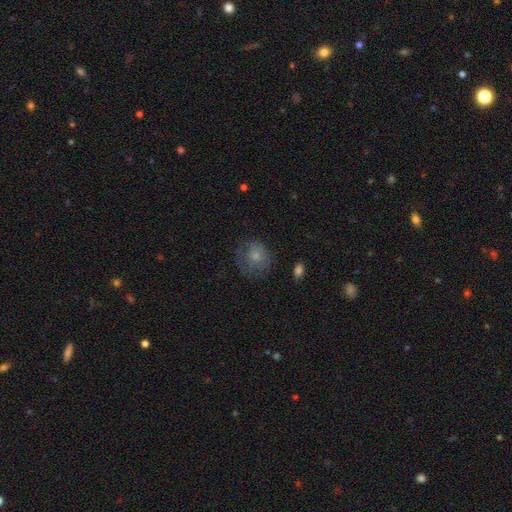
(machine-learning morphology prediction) type=smooth (69%); roundness=round (78%); merging=none (59%).